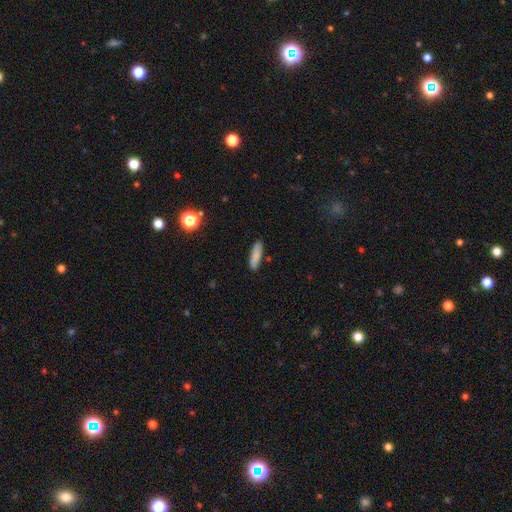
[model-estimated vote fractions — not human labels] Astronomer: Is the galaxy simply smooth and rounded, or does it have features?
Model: smooth — 85%.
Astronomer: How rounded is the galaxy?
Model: cigar-shaped — 65%.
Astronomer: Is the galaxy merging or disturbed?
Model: none — 86%.